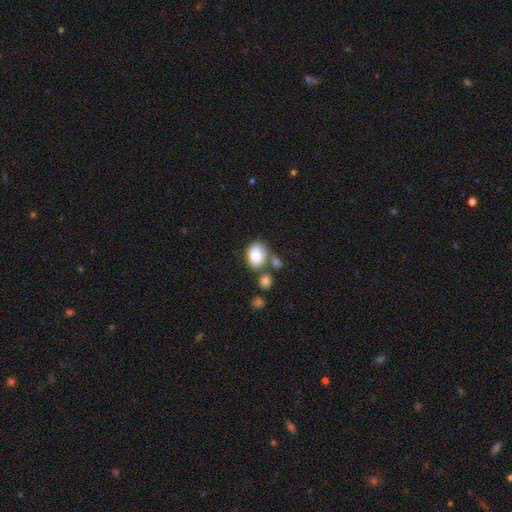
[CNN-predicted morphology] A smooth galaxy with no disk features (82%) that is in between round and cigar-shaped (71%).

Vote fractions:
- Smooth or featured? smooth: 82% / featured or disk: 10% / star or artifact: 8%
- How rounded? in between: 71% / round: 27% / cigar-shaped: 1%
- Merging? none: 53% / merger: 22% / minor disturbance: 19% / major disturbance: 7%